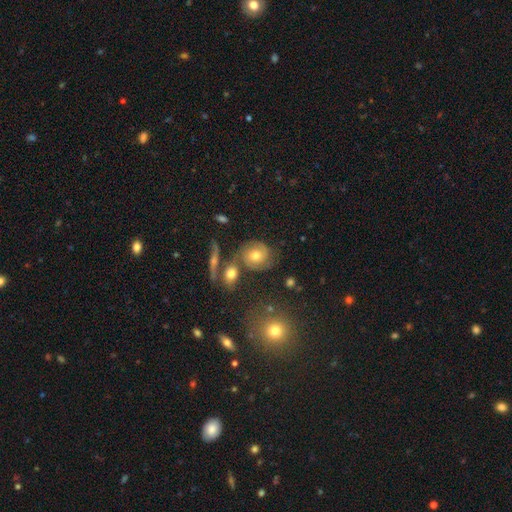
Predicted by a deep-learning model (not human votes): Overall: featured or disk (56%; smooth 32%). Edge-on disk: no (94%). Bar: no (72%). Spiral arms: yes (86%). Bulge size: moderate (70%). Merging: none (65%).